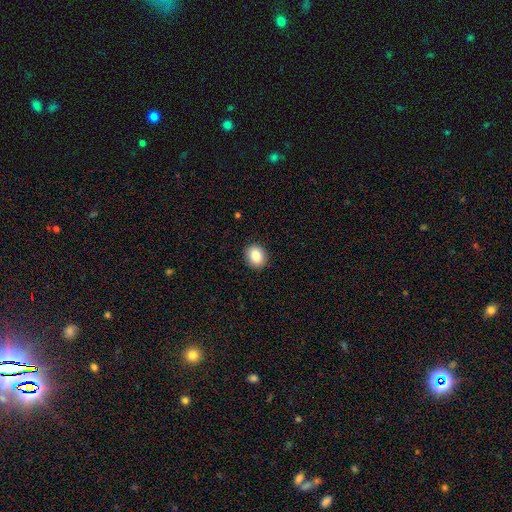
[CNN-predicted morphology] Smooth or featured: smooth — 85% (star or artifact — 9%)
How rounded: round — 58% (in between — 41%)
Merging: none — 91% (minor disturbance — 7%)